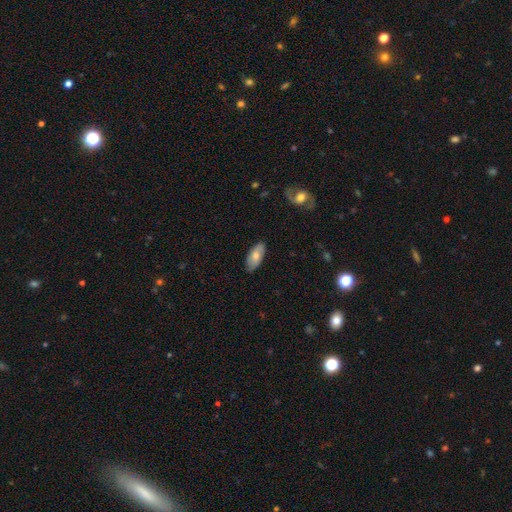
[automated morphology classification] Overall: smooth (69%). How rounded: in between (89%). Merging: none (84%).